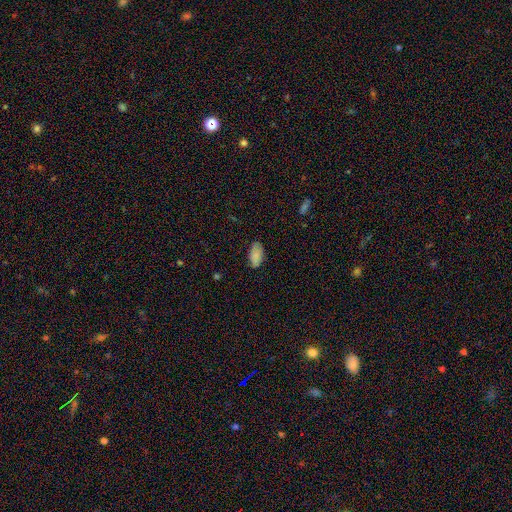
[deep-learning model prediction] A smooth galaxy with no disk features (86%) that is in between round and cigar-shaped (92%).

Vote fractions:
- Smooth or featured? smooth: 86% / star or artifact: 8% / featured or disk: 6%
- How rounded? in between: 92% / cigar-shaped: 5% / round: 2%
- Merging? none: 79% / minor disturbance: 17% / major disturbance: 3% / merger: 1%